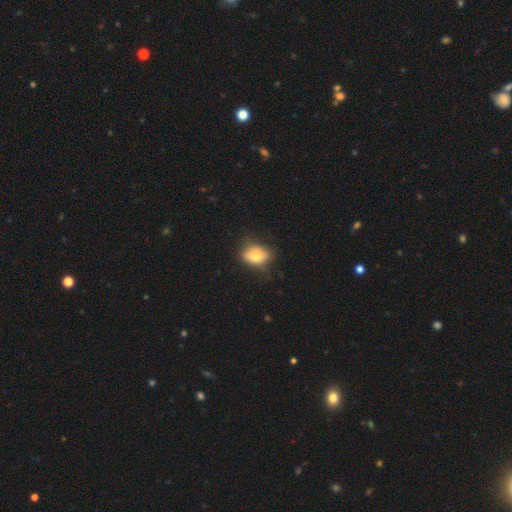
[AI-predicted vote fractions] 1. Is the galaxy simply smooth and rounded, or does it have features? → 75% smooth, 16% featured or disk, 8% star or artifact.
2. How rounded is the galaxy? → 75% in between, 23% round, 2% cigar-shaped.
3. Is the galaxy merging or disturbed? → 68% none, 25% minor disturbance, 6% major disturbance, 1% merger.